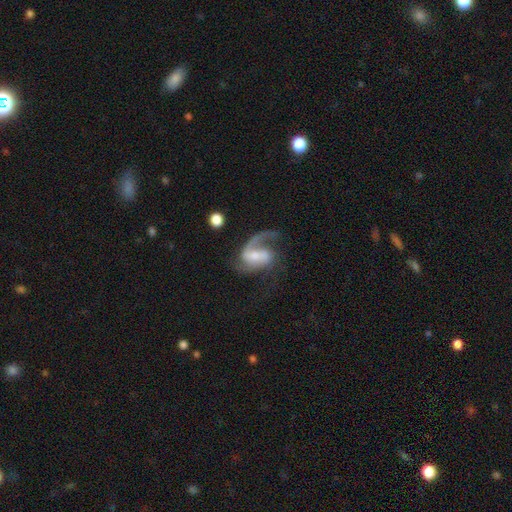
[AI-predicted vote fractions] Smooth or featured: featured or disk — 80% (smooth — 13%)
Edge-on disk: no — 97% (yes — 3%)
Bar: weak — 44% (no — 31%)
Spiral arms: yes — 93% (no — 7%)
Spiral winding: loose — 48% (medium — 41%)
Spiral arm count: 1 — 60% (2 — 31%)
Bulge size: small — 39% (moderate — 38%)
Merging: major disturbance — 41% (none — 38%)